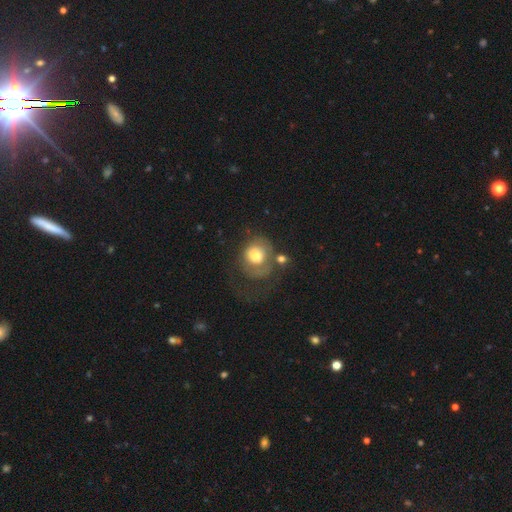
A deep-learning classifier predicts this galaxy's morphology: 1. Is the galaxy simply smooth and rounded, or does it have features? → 56% smooth, 36% featured or disk, 8% star or artifact.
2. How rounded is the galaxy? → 73% round, 26% in between, 1% cigar-shaped.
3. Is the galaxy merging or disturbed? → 35% major disturbance, 32% none, 20% minor disturbance, 12% merger.